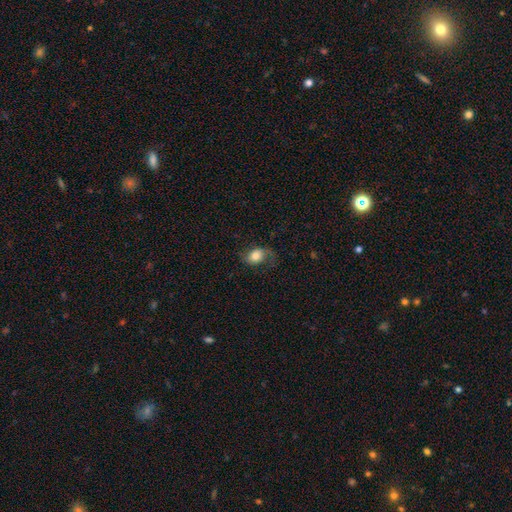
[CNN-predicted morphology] Q: Smooth or featured?
A: smooth (64%); runner-up: featured or disk (28%)
Q: How rounded?
A: in between (68%); runner-up: round (31%)
Q: Merging?
A: none (53%); runner-up: minor disturbance (23%)